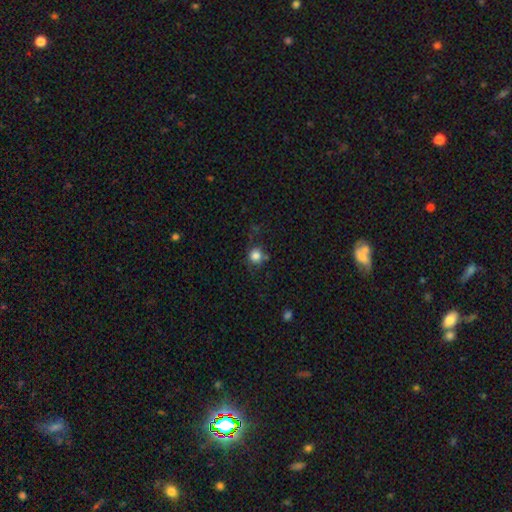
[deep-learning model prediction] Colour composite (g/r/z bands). It shows a smooth galaxy with no disk features (83%) that is round (89%). Merging: none (72%).